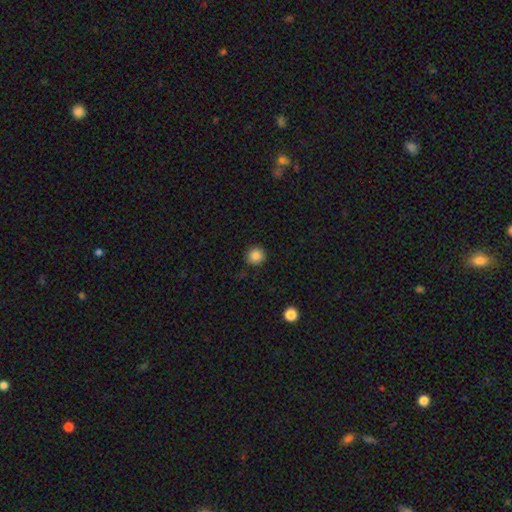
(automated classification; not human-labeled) smooth 85%, star or artifact 11%, featured or disk 4%. Down the decision tree: how rounded — round (94%); merging — none (89%).